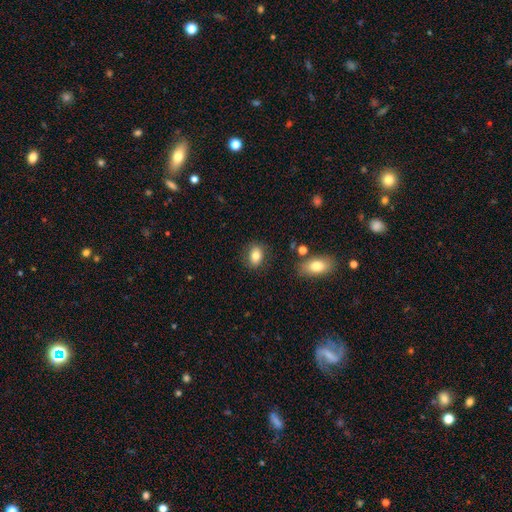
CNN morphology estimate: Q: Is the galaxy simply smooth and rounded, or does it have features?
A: smooth — 82%.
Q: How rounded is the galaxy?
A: in between — 73%.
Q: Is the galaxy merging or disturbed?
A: none — 83%.